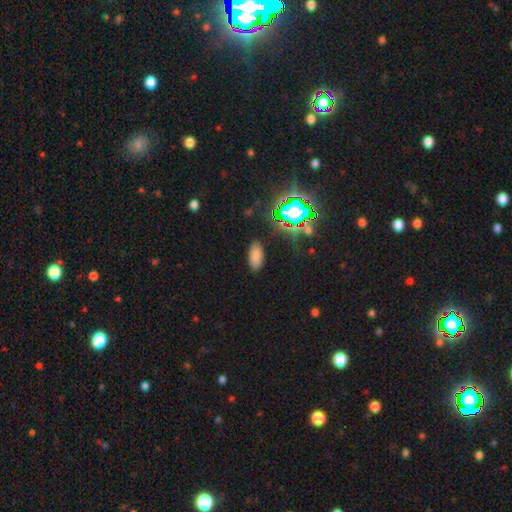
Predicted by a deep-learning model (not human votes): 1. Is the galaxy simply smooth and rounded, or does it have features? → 76% smooth, 18% star or artifact, 7% featured or disk.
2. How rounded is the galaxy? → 91% in between, 6% cigar-shaped, 3% round.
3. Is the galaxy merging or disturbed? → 87% none, 9% minor disturbance, 3% major disturbance, 1% merger.